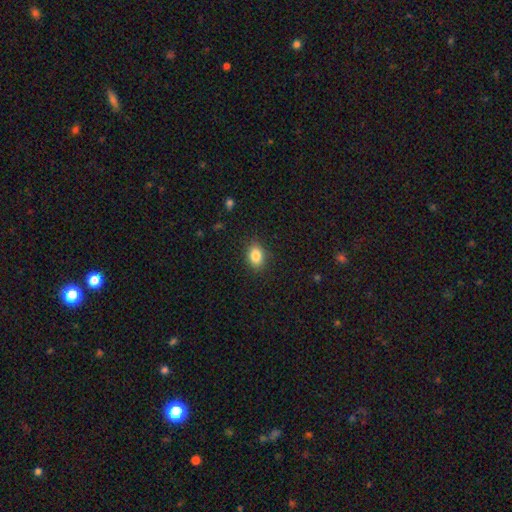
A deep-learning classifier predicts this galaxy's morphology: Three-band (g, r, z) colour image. It shows a smooth galaxy with no disk features (85%) that is in between round and cigar-shaped (73%). Merging: none (86%).